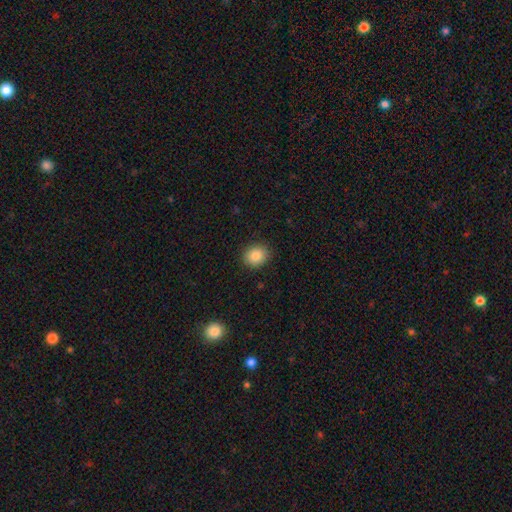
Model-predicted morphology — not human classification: Q: Smooth or featured?
A: smooth (85%); runner-up: star or artifact (9%)
Q: How rounded?
A: round (66%); runner-up: in between (33%)
Q: Merging?
A: none (89%); runner-up: minor disturbance (8%)